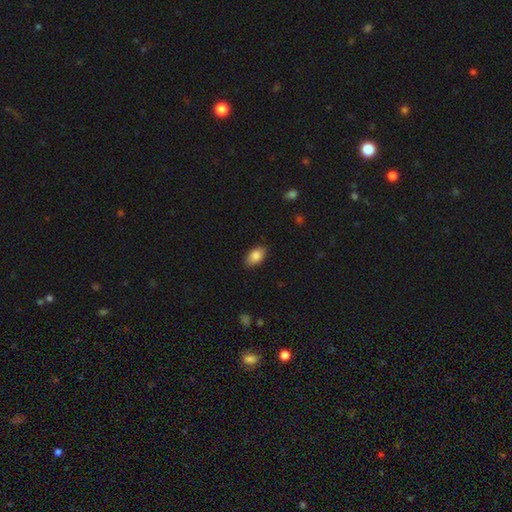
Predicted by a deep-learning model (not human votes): Smooth or featured? smooth (88%)
How rounded? in between (92%)
Merging? none (86%)